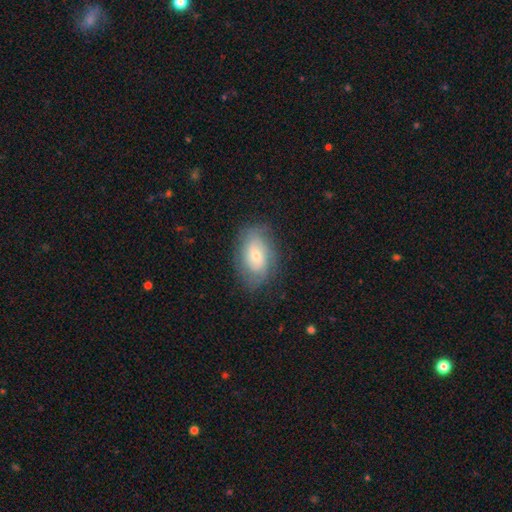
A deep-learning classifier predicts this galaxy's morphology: featured or disk 52%, smooth 40%, star or artifact 8%. Down the decision tree: edge-on disk — no (94%); merging — none (75%).